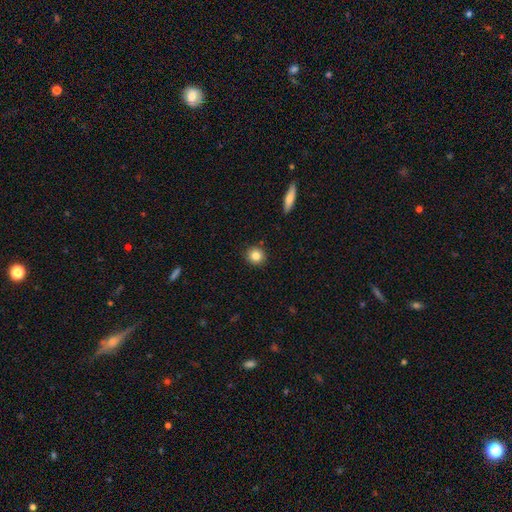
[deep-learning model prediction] smooth-or-featured: smooth: 84% | star or artifact: 10% | featured or disk: 6%
  how-rounded: round: 89% | in between: 10% | cigar-shaped: 1%
  merging: none: 90% | minor disturbance: 7% | major disturbance: 2% | merger: 2%